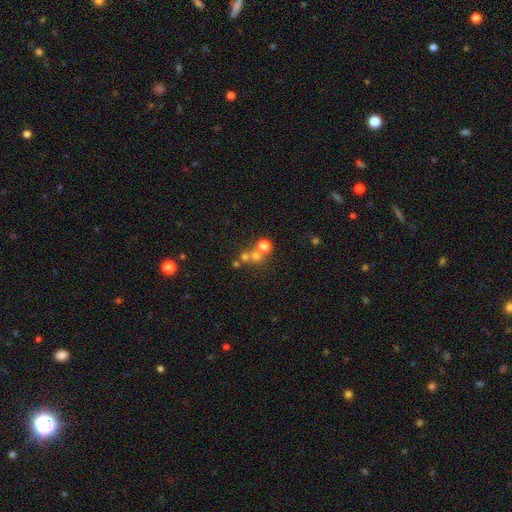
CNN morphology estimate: Smooth or featured? smooth (59%)
How rounded? round (86%)
Merging? none (47%)